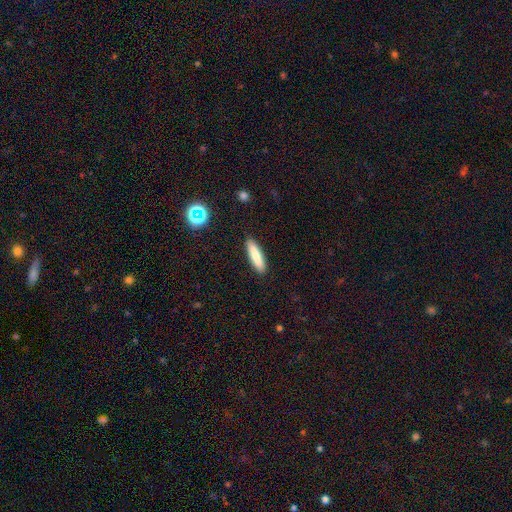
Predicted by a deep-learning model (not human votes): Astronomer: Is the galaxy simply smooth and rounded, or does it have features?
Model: smooth — 79%.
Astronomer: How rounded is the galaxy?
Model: cigar-shaped — 77%.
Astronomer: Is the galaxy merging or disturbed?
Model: none — 91%.